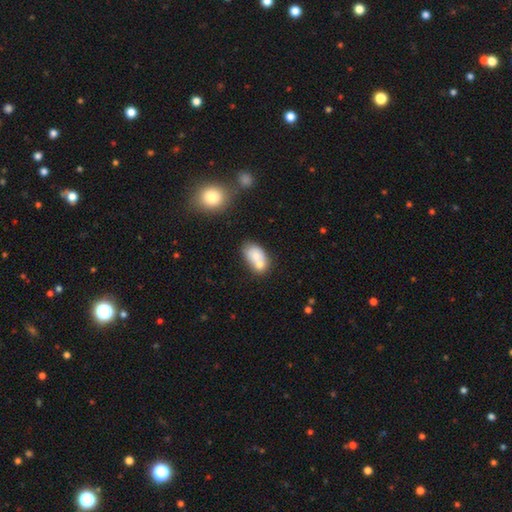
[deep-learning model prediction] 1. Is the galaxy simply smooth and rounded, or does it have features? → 73% smooth, 19% featured or disk, 8% star or artifact.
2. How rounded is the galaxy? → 85% in between, 13% round, 2% cigar-shaped.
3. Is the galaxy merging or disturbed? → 51% merger, 31% none, 13% minor disturbance, 5% major disturbance.